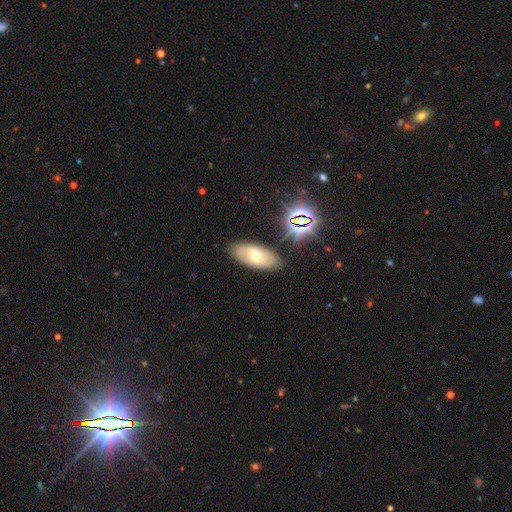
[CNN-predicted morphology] Overall: featured or disk (43%; smooth 42%). Merging: none (83%).